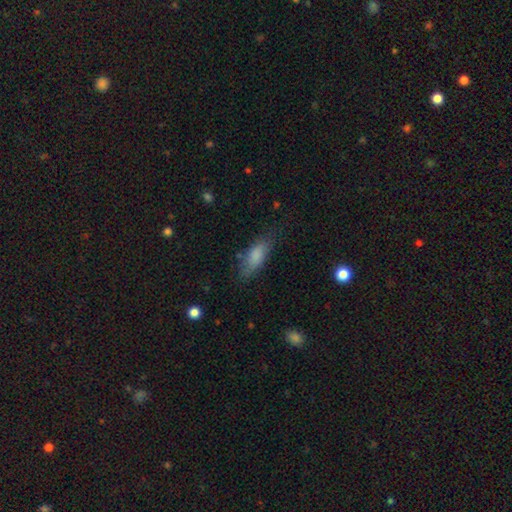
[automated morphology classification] smooth 82%, featured or disk 11%, star or artifact 7%. Down the decision tree: how rounded — in between (73%); merging — none (70%).